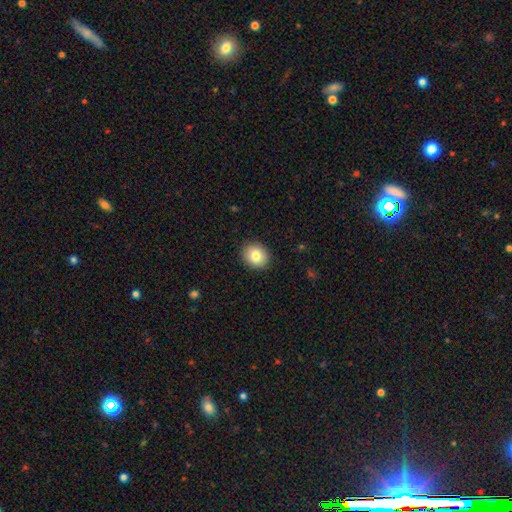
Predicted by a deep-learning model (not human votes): Q: Smooth or featured?
A: smooth (82%); runner-up: featured or disk (9%)
Q: How rounded?
A: round (71%); runner-up: in between (28%)
Q: Merging?
A: none (90%); runner-up: minor disturbance (7%)